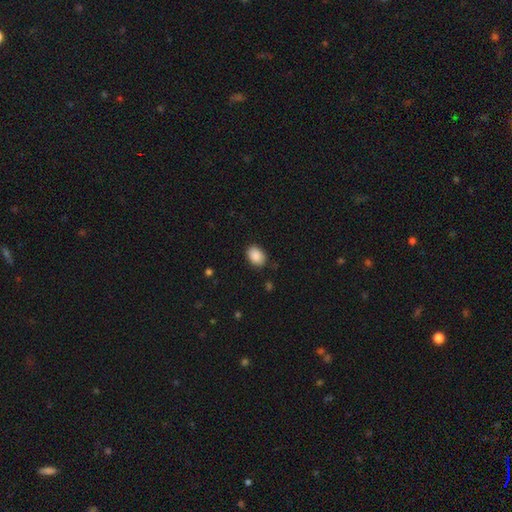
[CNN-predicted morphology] Smooth or featured? smooth (89%)
How rounded? in between (77%)
Merging? none (84%)